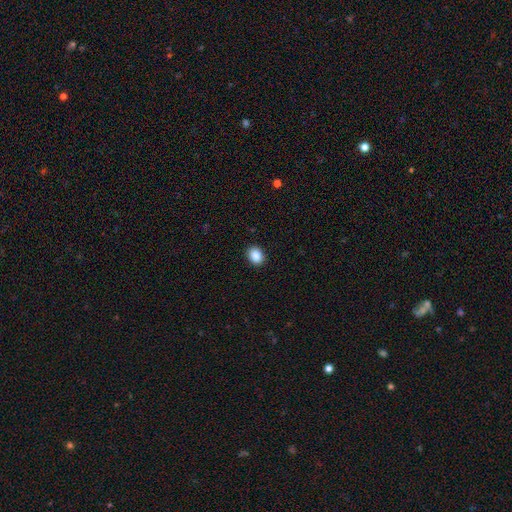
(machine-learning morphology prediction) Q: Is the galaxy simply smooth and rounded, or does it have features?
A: smooth — 88%.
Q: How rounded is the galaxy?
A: in between — 58%.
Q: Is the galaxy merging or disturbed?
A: none — 91%.